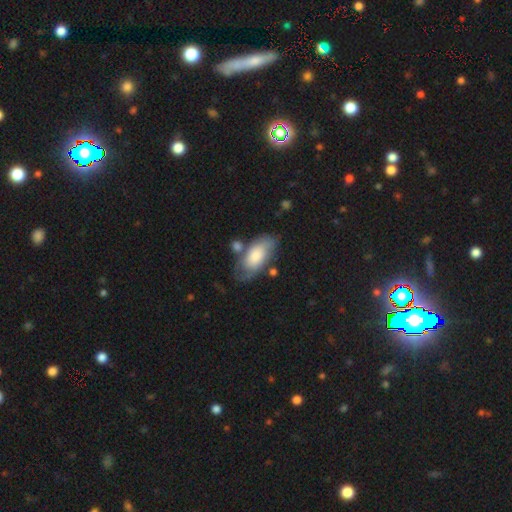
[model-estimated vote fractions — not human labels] This appears to be a smooth galaxy with no disk features (64%) that is in between round and cigar-shaped (91%). Merging: none (51%).